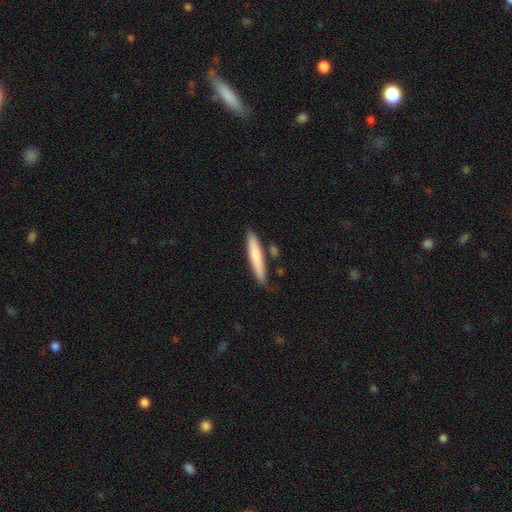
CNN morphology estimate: Smooth or featured?
  - smooth: 71% *
  - featured or disk: 23%
  - star or artifact: 5%
How rounded?
  - cigar-shaped: 93% *
  - in between: 6%
  - round: 1%
Merging?
  - none: 74% *
  - minor disturbance: 17%
  - merger: 6%
  - major disturbance: 3%